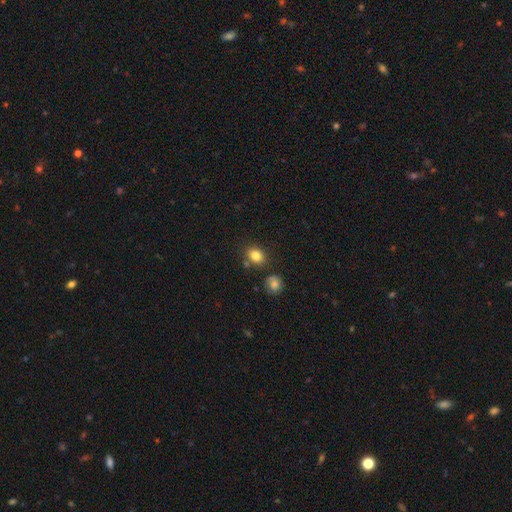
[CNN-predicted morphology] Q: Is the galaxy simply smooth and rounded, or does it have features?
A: smooth — 83%.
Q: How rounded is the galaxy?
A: in between — 52%.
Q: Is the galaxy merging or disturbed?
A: none — 76%.